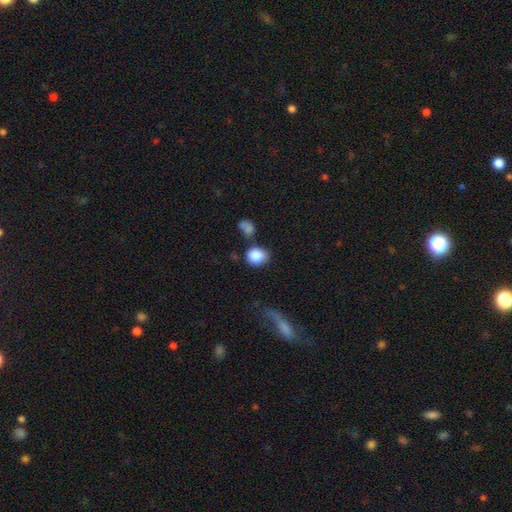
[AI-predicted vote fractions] The model was most divided on "how rounded": round: 58%, in between: 41%, cigar-shaped: 1%. More confident: smooth or featured — smooth (87%); merging — none (58%).